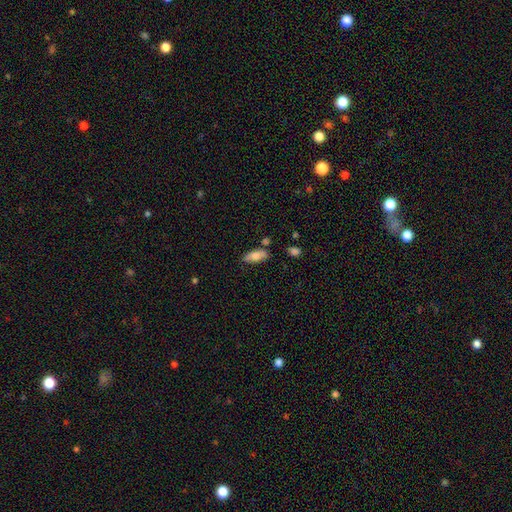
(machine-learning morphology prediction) This is likely a smooth galaxy (73%). How rounded: clearly in between (82%). Merging: likely none (77%).